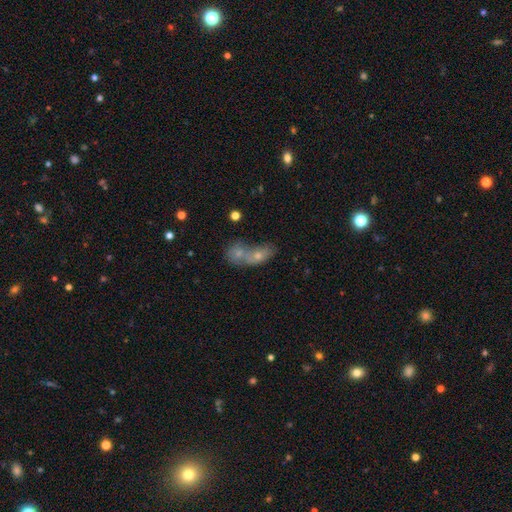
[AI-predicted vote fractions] This is likely a smooth galaxy (61%). How rounded: likely in between (69%). Merging: likely merger (69%).